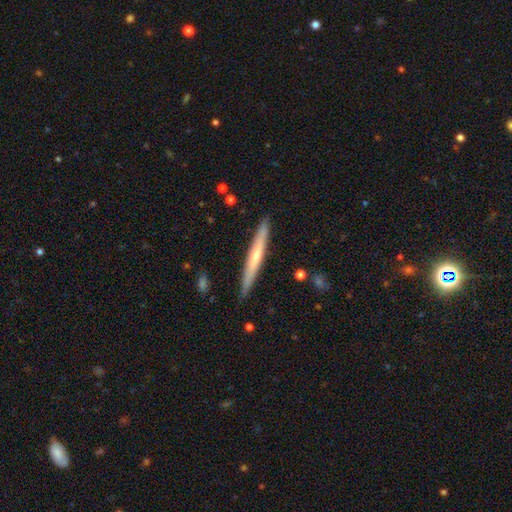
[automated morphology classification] type=featured or disk (50%); edge-on=yes (95%); merging=none (89%).